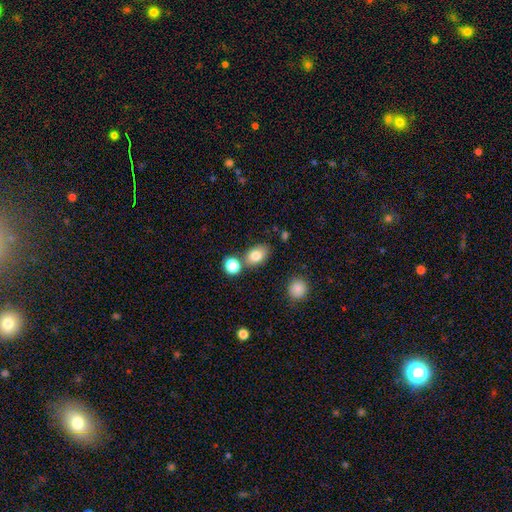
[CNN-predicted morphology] Smooth or featured? Predicted: smooth (p=0.80). How rounded? Predicted: in between (p=0.82). Merging? Predicted: none (p=0.68).